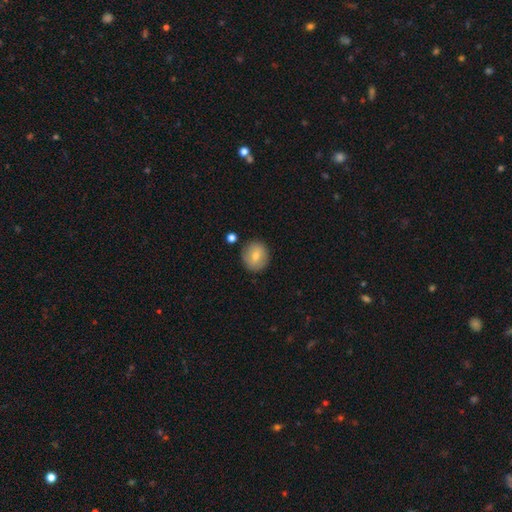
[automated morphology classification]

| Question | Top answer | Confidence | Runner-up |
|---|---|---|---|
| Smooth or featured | smooth | 75% | featured or disk (17%) |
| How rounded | round | 87% | in between (12%) |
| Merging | none | 86% | minor disturbance (9%) |